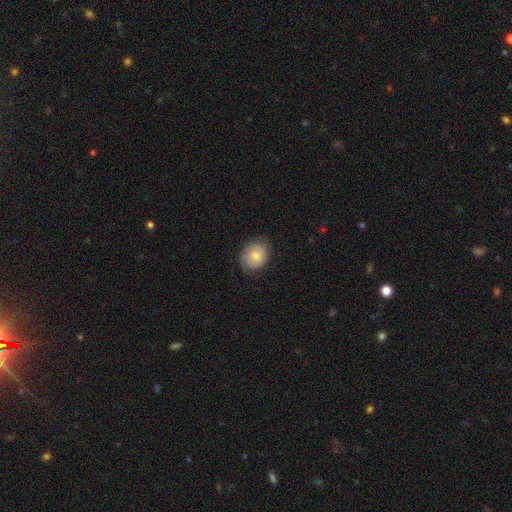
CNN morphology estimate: type=smooth (71%); roundness=round (57%); merging=none (77%).